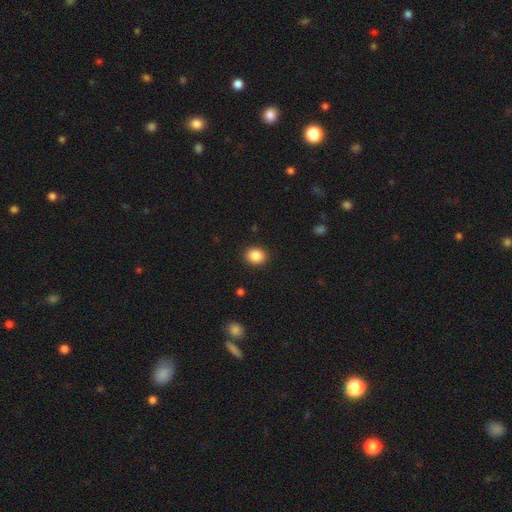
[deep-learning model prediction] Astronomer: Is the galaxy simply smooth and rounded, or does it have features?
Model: smooth — 87%.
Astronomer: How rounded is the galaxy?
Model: round — 58% (runner-up: in between, 41%).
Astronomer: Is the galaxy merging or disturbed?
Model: none — 90%.